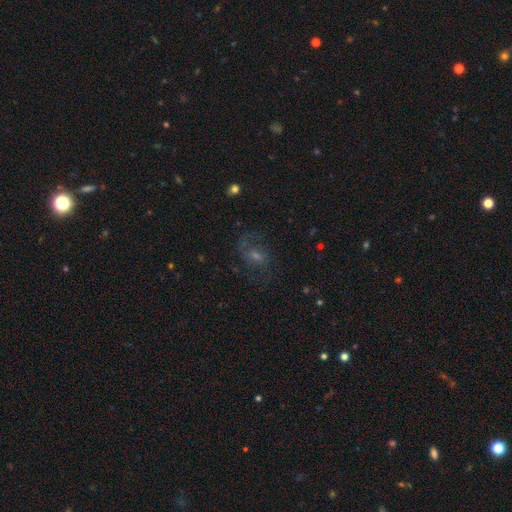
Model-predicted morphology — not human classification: A featured or disk galaxy (54%) with no bar (56%), spiral arms (82%) and a moderate central bulge (44%). Merging: none (64%).